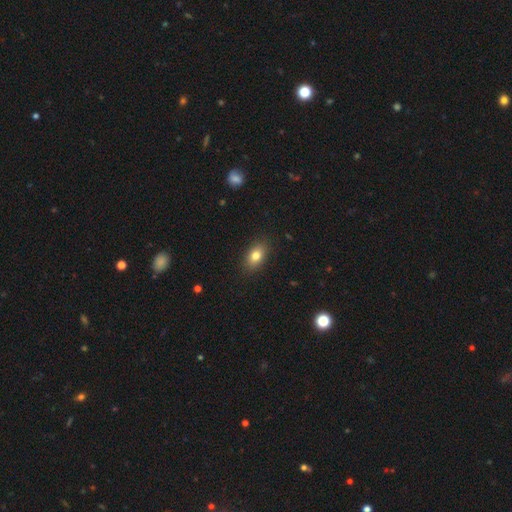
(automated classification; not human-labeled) A smooth galaxy with no disk features (79%) that is in between round and cigar-shaped (83%). Merging: none (88%).